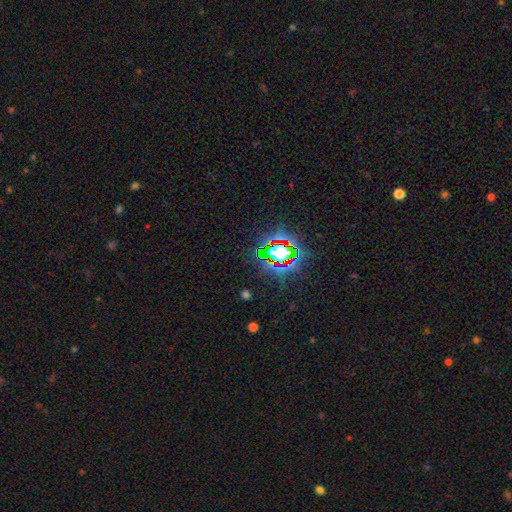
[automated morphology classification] smooth-or-featured: star or artifact: 80% | smooth: 12% | featured or disk: 8%